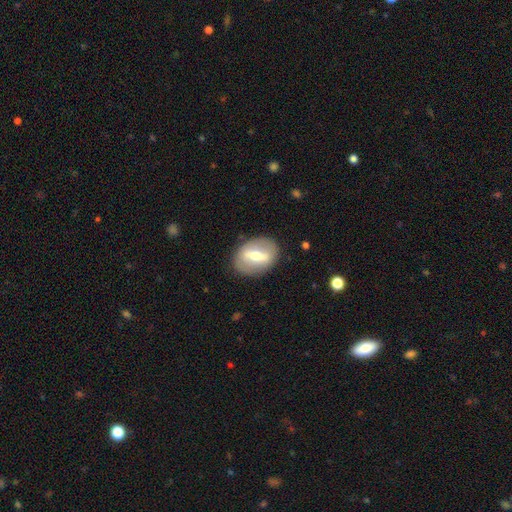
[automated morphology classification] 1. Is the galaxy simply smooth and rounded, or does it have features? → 58% featured or disk, 36% smooth, 6% star or artifact.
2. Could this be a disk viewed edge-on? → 83% no, 17% yes.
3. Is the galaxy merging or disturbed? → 84% none, 10% minor disturbance, 4% major disturbance, 1% merger.